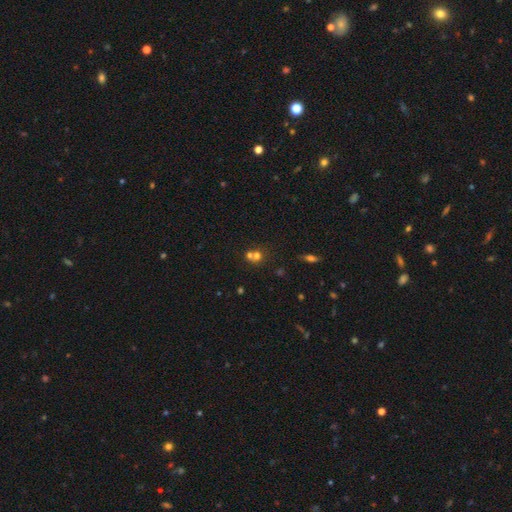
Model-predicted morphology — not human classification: smooth_or_featured: smooth (p=0.63) [alt: star or artifact p=0.20]
how_rounded: round (p=0.81) [alt: in between p=0.18]
merging: merger (p=0.52) [alt: none p=0.39]